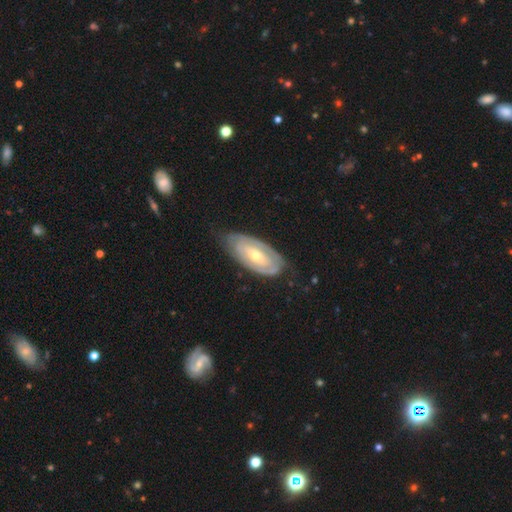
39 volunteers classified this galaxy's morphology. featured or disk 59%, smooth 38%, star or artifact 3%. Down the decision tree: edge-on disk — no (83%); bar — no (53%); spiral arms — yes (68%); spiral arm count — 2 (62%); spiral winding — tight (69%); bulge size — small (63%); merging — none (76%).